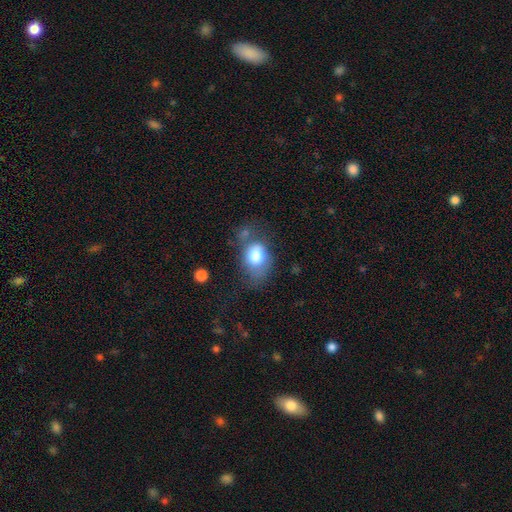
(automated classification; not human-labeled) smooth-or-featured: smooth: 77% | featured or disk: 15% | star or artifact: 8%
  how-rounded: in between: 74% | round: 25% | cigar-shaped: 1%
  merging: none: 41% | minor disturbance: 29% | major disturbance: 20% | merger: 10%